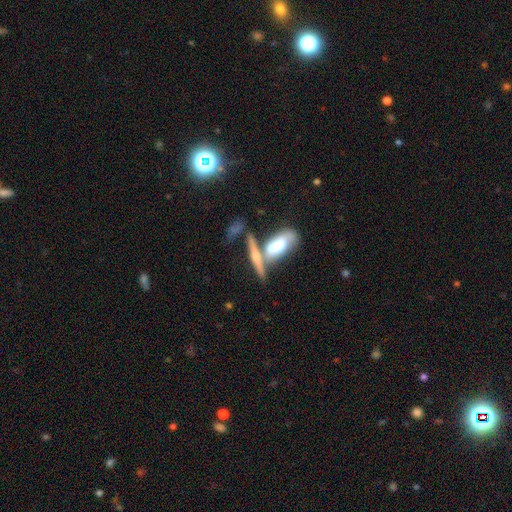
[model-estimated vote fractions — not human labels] This is possibly a featured or disk galaxy (48%). Merging: marginally merger (45%).